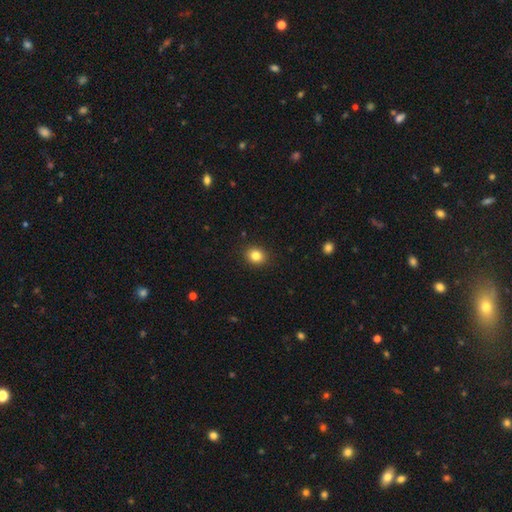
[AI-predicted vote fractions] The model was most divided on "how rounded": round: 68%, in between: 31%, cigar-shaped: 1%. More confident: merging — none (90%); smooth or featured — smooth (84%).